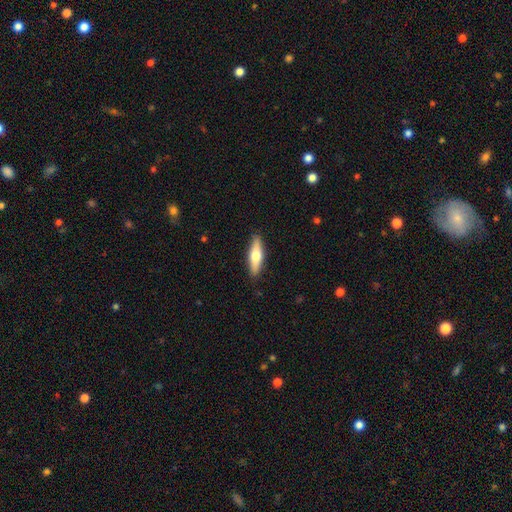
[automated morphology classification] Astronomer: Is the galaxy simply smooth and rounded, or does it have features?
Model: smooth — 59% (runner-up: featured or disk, 36%).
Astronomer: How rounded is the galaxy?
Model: cigar-shaped — 59% (runner-up: in between, 39%).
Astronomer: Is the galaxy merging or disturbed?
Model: none — 88%.